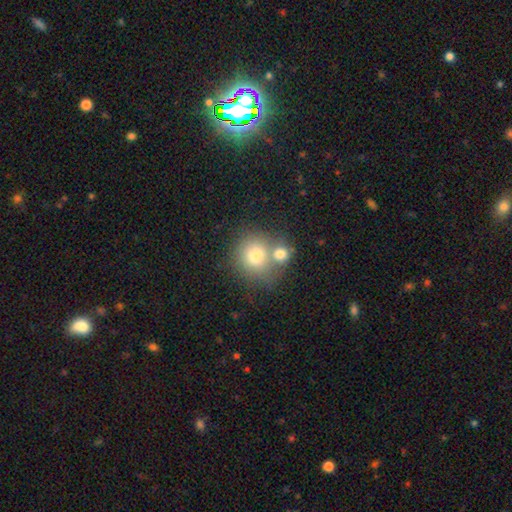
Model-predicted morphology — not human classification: Overall: smooth (74%). How rounded: round (84%). Merging: none (44%, tied with merger).